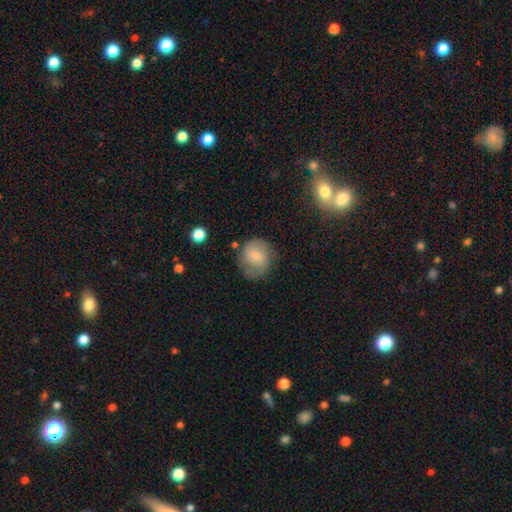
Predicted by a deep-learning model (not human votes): smooth-or-featured: smooth: 65% | featured or disk: 27% | star or artifact: 8%
  how-rounded: round: 78% | in between: 21% | cigar-shaped: 1%
  merging: none: 62% | minor disturbance: 24% | major disturbance: 10% | merger: 3%